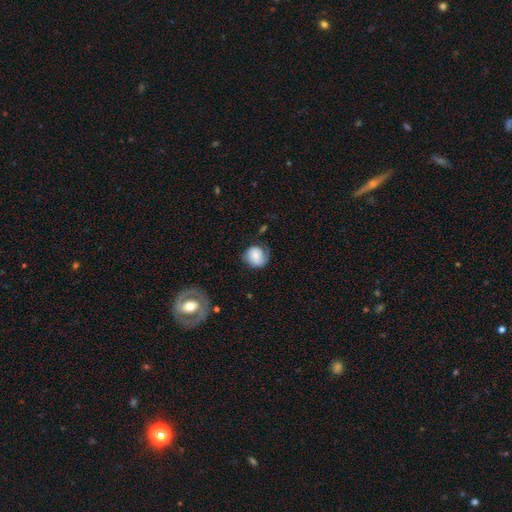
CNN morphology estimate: smooth_or_featured: smooth (p=0.62) [alt: featured or disk p=0.30]
how_rounded: round (p=0.77) [alt: in between p=0.22]
merging: none (p=0.57) [alt: minor disturbance p=0.27]